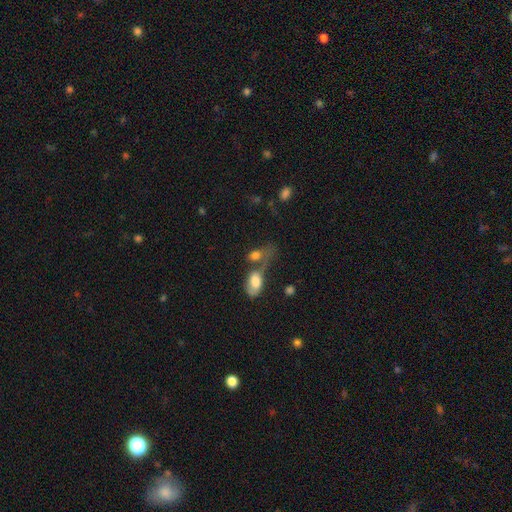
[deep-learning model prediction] The model was most divided on "merging": merger: 53%, none: 22%, major disturbance: 14%, minor disturbance: 11%. More confident: how rounded — in between (80%); smooth or featured — smooth (74%).